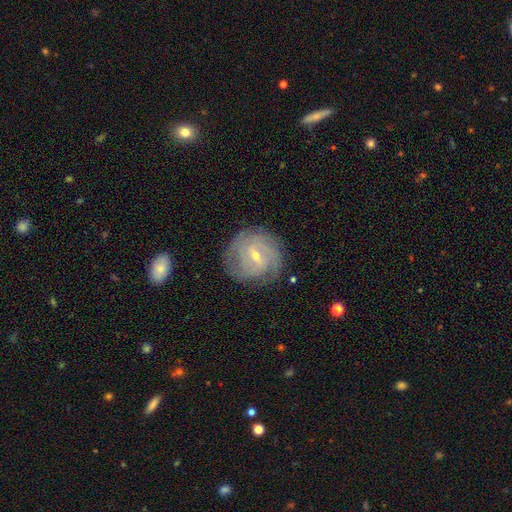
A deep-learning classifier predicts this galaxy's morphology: This appears to be a featured or disk galaxy (81%) with a weak bar (55%), tight (67%) spiral arms (93%) and a small central bulge (66%). Merging: none (78%).